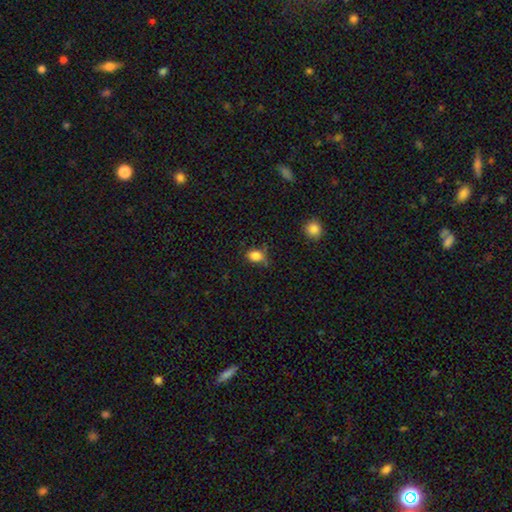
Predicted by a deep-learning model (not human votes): A smooth galaxy with no disk features (84%) that is in between round and cigar-shaped (52%).

Vote fractions:
- Smooth or featured? smooth: 84% / star or artifact: 11% / featured or disk: 5%
- How rounded? in between: 52% / round: 46% / cigar-shaped: 1%
- Merging? none: 62% / minor disturbance: 28% / major disturbance: 6% / merger: 4%